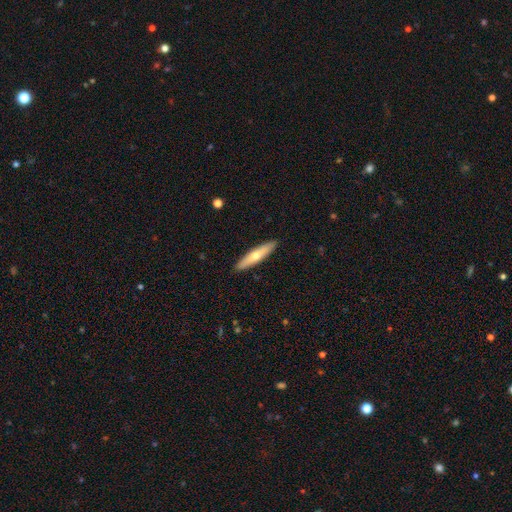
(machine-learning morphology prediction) Smooth or featured? Predicted: smooth (p=0.54). How rounded? Predicted: cigar-shaped (p=0.82). Merging? Predicted: none (p=0.91).